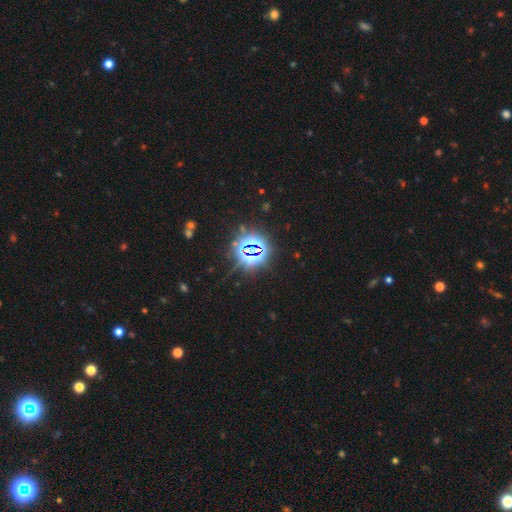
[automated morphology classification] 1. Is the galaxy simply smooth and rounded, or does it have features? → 79% star or artifact, 12% smooth, 9% featured or disk.